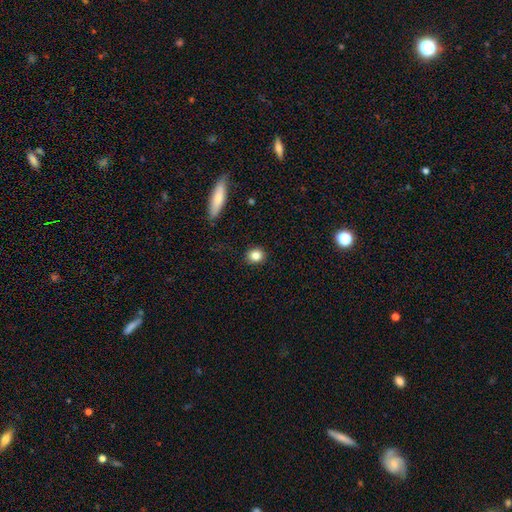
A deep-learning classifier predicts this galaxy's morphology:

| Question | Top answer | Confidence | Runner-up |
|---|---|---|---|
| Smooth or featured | smooth | 84% | star or artifact (10%) |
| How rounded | round | 78% | in between (21%) |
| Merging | none | 90% | minor disturbance (7%) |